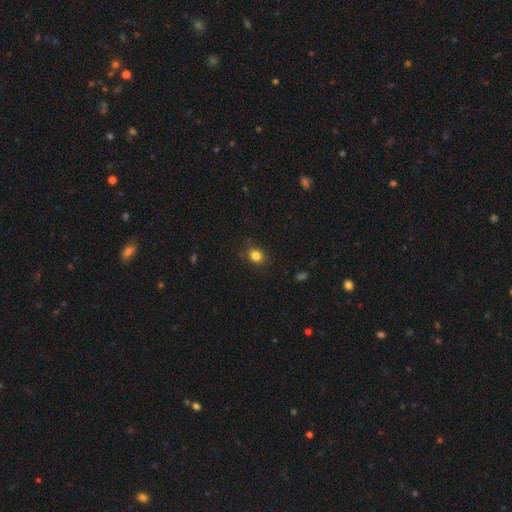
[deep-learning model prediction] Smooth or featured? Predicted: smooth (p=0.83). How rounded? Predicted: round (p=0.72). Merging? Predicted: none (p=0.82).